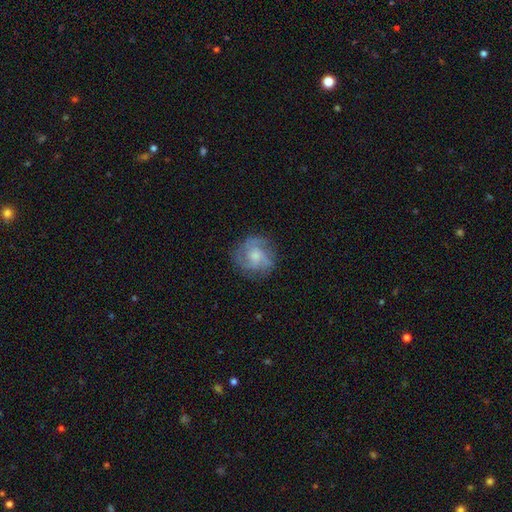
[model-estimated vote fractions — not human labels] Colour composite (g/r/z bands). It shows a featured or disk galaxy (63%) with no bar (69%), 3 (32%) medium (43%) spiral arms (85%) and a moderate central bulge (45%). Merging: none (73%).